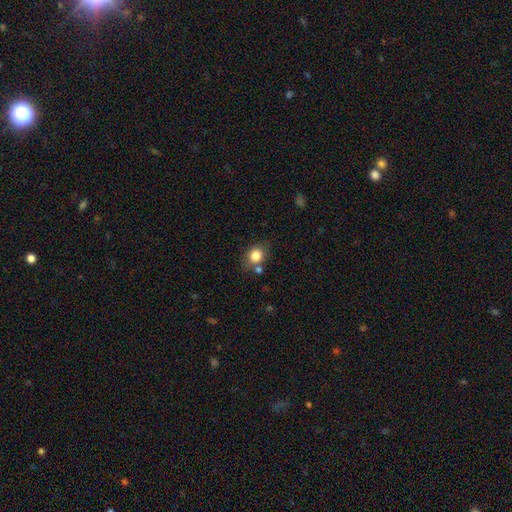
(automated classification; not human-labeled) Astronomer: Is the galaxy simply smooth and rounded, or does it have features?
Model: smooth — 82%.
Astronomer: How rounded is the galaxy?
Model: round — 65%.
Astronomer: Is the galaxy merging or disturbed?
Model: none — 69%.